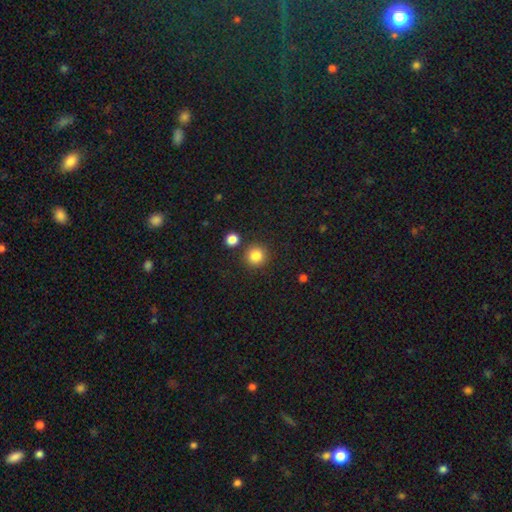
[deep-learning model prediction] A smooth galaxy with no disk features (85%) that is round (93%). Merging: none (87%).